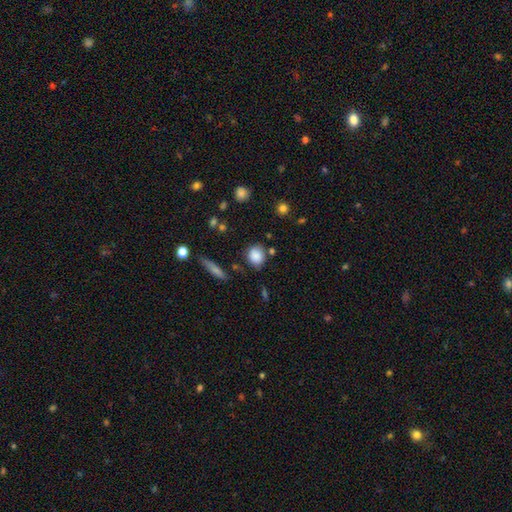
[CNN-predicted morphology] Q: Smooth or featured?
A: smooth (83%); runner-up: star or artifact (9%)
Q: How rounded?
A: round (65%); runner-up: in between (32%)
Q: Merging?
A: none (71%); runner-up: minor disturbance (18%)